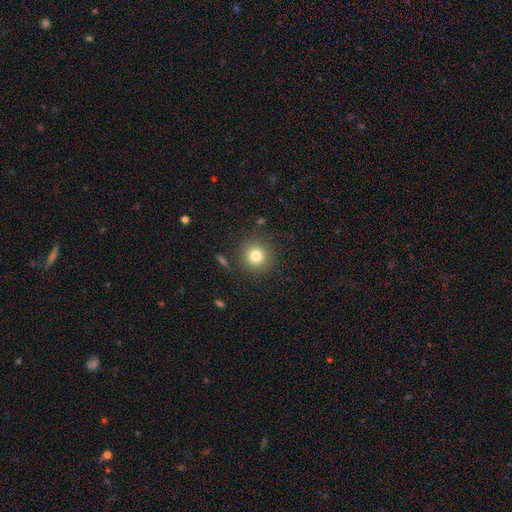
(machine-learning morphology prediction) A smooth galaxy with no disk features (80%) that is round (92%).

Vote fractions:
- Smooth or featured? smooth: 80% / star or artifact: 12% / featured or disk: 8%
- How rounded? round: 92% / in between: 7% / cigar-shaped: 1%
- Merging? none: 87% / minor disturbance: 8% / major disturbance: 3% / merger: 2%